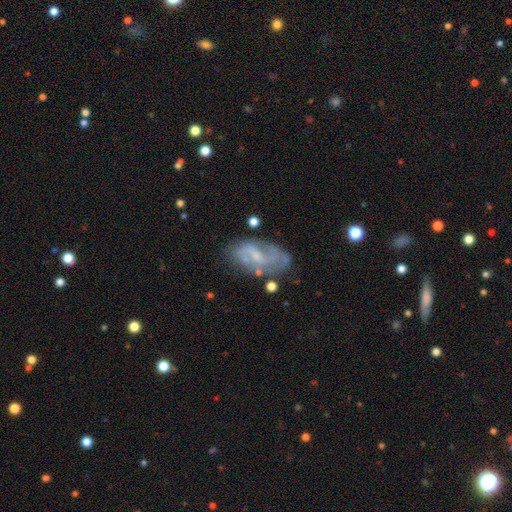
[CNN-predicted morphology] type=featured or disk (69%); edge-on=no (95%); bar=weak (49%); spiral arms=yes (78%); winding=medium (40%); arm count=2 (59%); bulge=small (54%); merging=none (60%).